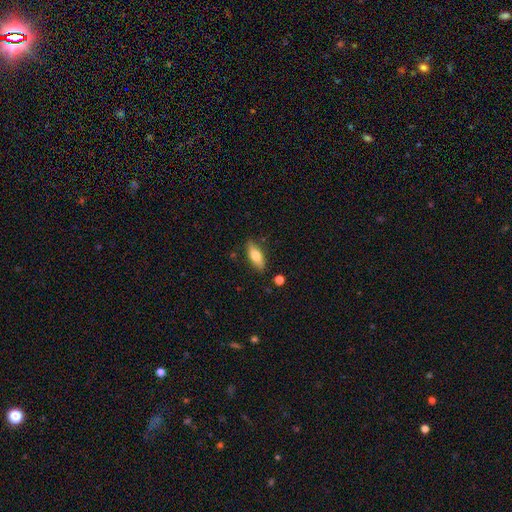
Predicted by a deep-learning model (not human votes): smooth 71%, featured or disk 22%, star or artifact 6%. Down the decision tree: how rounded — in between (72%); merging — none (83%).